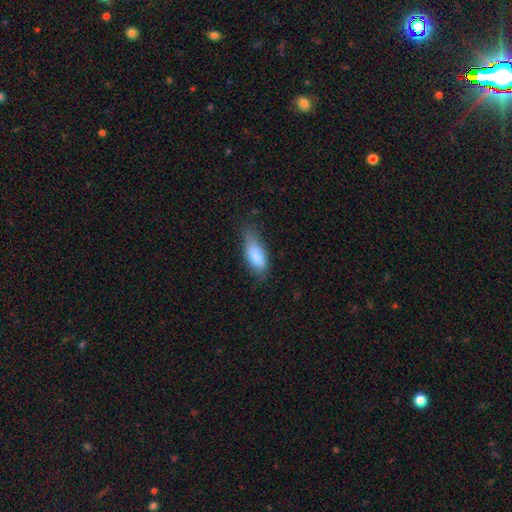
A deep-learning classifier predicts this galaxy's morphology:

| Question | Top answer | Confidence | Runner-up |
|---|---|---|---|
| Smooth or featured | smooth | 80% | featured or disk (13%) |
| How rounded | in between | 80% | cigar-shaped (18%) |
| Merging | none | 50% | minor disturbance (37%) |